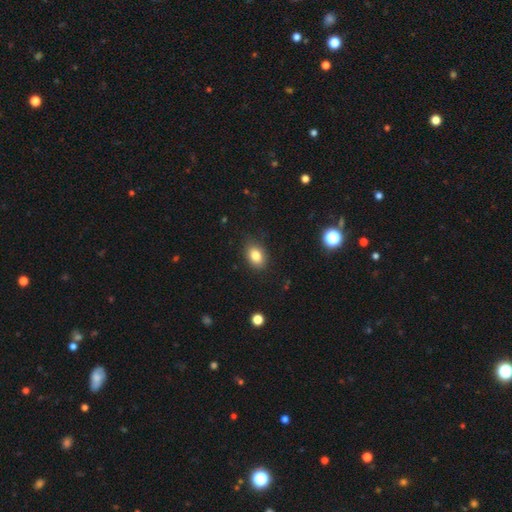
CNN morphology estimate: type=smooth (83%); roundness=in between (76%); merging=none (84%).